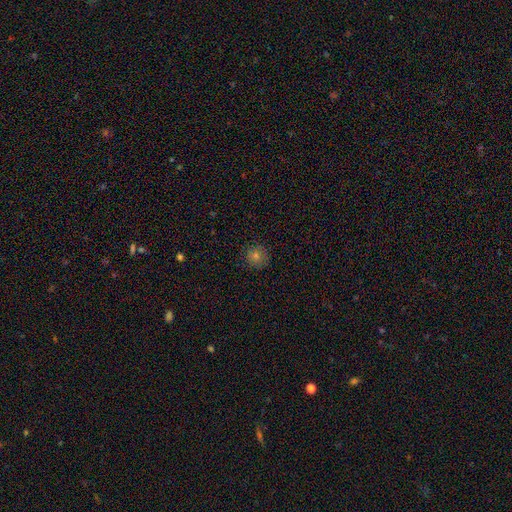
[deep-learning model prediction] This appears to be a smooth galaxy with no disk features (72%) that is round (94%). Merging: none (88%).